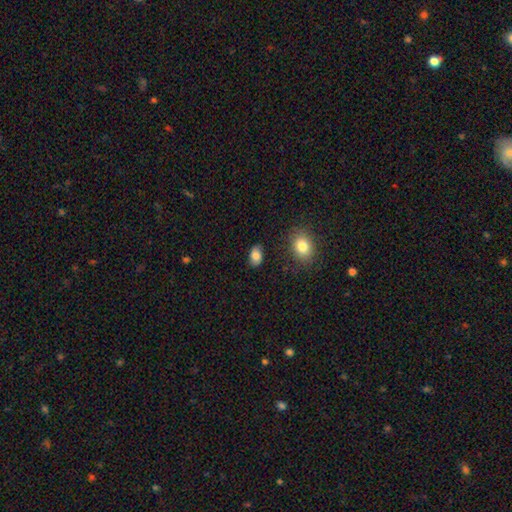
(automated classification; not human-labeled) smooth_or_featured: smooth (p=0.84) [alt: star or artifact p=0.08]
how_rounded: in between (p=0.87) [alt: round p=0.12]
merging: none (p=0.85) [alt: minor disturbance p=0.11]